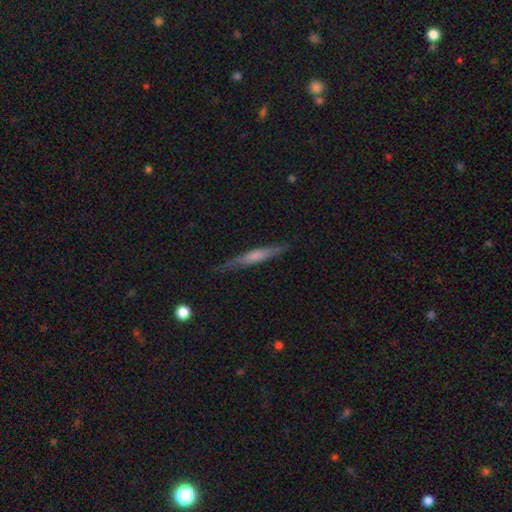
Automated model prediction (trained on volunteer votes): Smooth or featured: smooth — 48% (featured or disk — 46%)
Merging: none — 80% (minor disturbance — 15%)